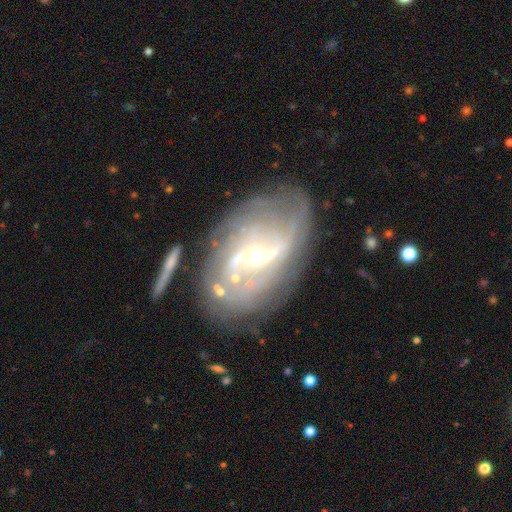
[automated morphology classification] This appears to be a featured or disk galaxy (85%) with a weak bar (44%), 2 (55%) loose (40%) spiral arms (89%) and a small central bulge (57%). Merging: none (66%).